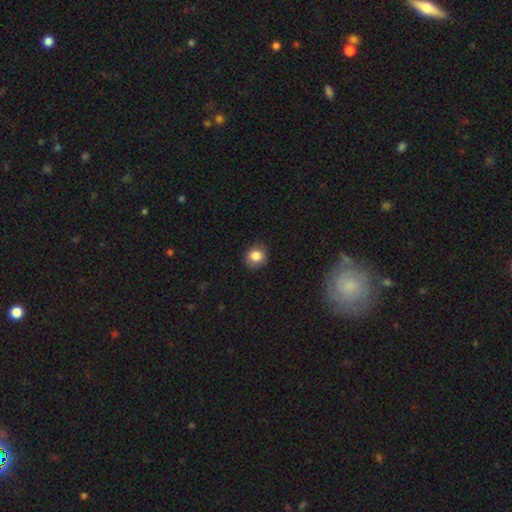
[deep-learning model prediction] Smooth or featured: smooth — 85% (star or artifact — 10%)
How rounded: round — 81% (in between — 19%)
Merging: none — 85% (minor disturbance — 12%)